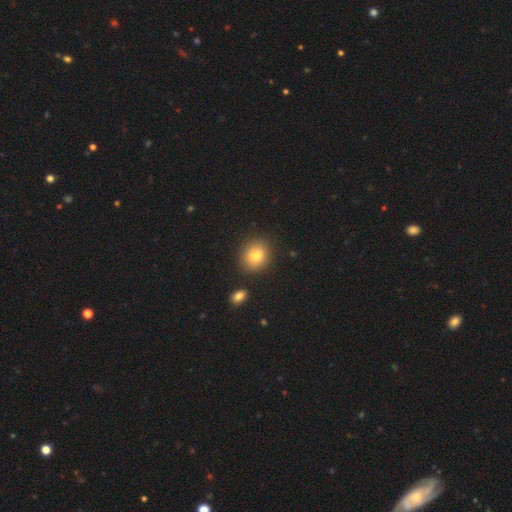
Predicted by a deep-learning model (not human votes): Overall: smooth (80%). How rounded: round (74%). Merging: none (86%).